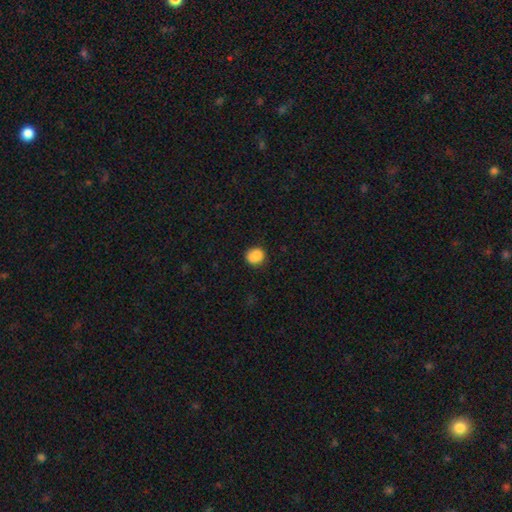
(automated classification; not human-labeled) A smooth galaxy with no disk features (85%) that is round (78%). Merging: none (75%).